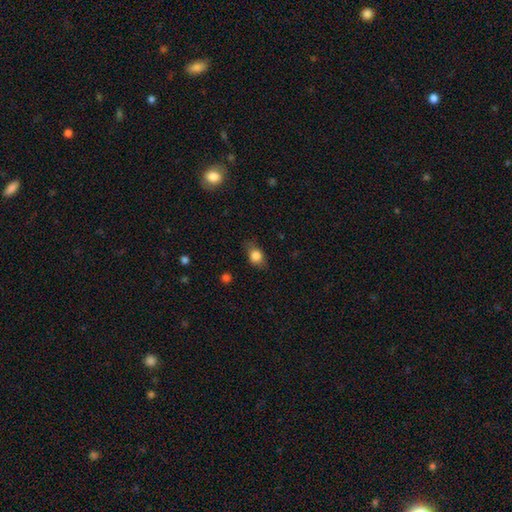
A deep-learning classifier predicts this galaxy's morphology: This is clearly a smooth galaxy (81%). How rounded: possibly in between (55%). Merging: likely none (68%).